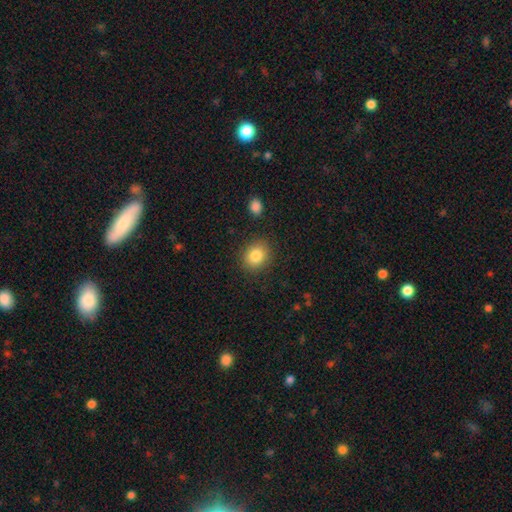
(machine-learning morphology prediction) type=smooth (84%); roundness=round (65%); merging=none (87%).